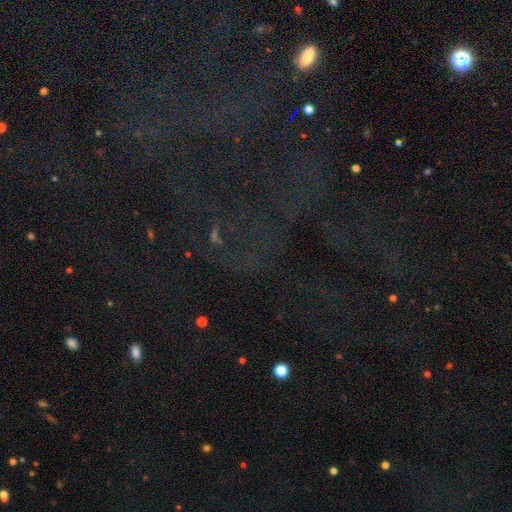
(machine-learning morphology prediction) smooth-or-featured: star or artifact: 77% | smooth: 13% | featured or disk: 10%